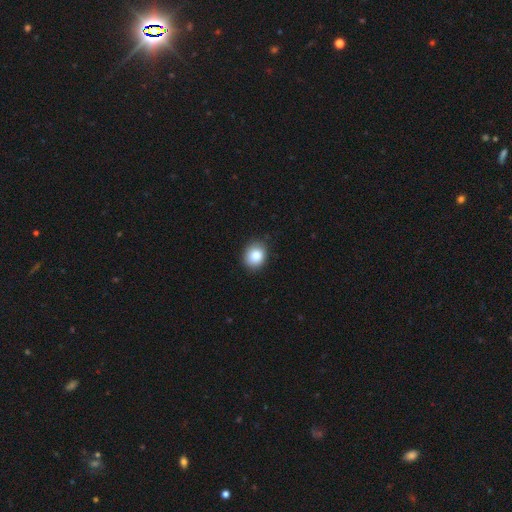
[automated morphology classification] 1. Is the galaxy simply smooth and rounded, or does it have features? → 86% smooth, 9% star or artifact, 5% featured or disk.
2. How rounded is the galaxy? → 59% round, 40% in between, 1% cigar-shaped.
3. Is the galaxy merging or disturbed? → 85% none, 11% minor disturbance, 2% major disturbance, 1% merger.